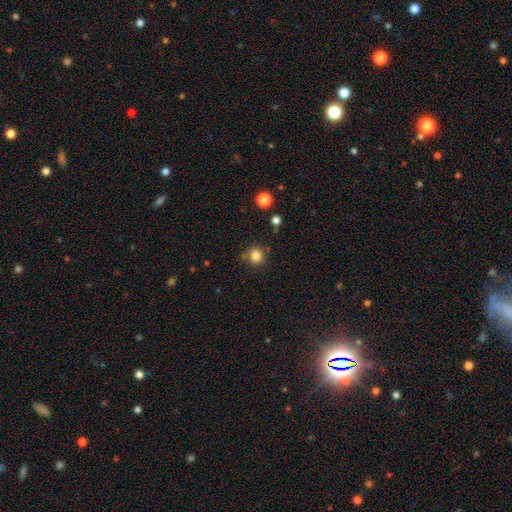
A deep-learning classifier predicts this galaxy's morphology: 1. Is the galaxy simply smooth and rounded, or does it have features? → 83% smooth, 12% star or artifact, 5% featured or disk.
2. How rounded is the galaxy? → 92% round, 7% in between, 1% cigar-shaped.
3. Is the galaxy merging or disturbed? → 81% none, 11% minor disturbance, 5% merger, 3% major disturbance.